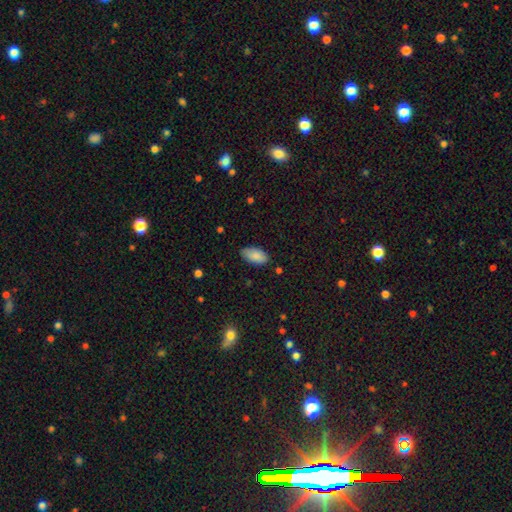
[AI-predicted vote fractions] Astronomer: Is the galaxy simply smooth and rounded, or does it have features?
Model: smooth — 88%.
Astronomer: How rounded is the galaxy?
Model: in between — 94%.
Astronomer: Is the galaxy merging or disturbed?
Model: none — 83%.